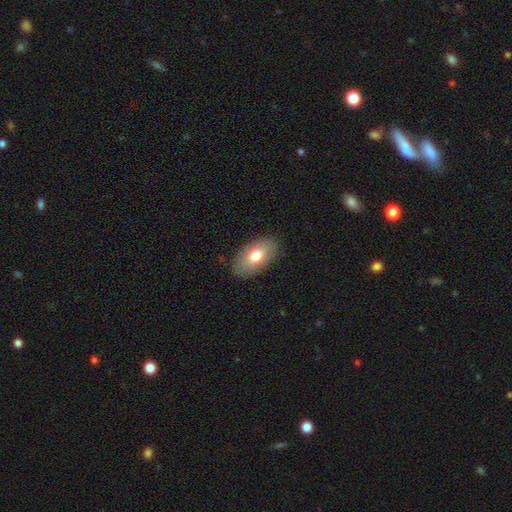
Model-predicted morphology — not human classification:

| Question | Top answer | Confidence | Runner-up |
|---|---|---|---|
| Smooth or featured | smooth | 74% | featured or disk (19%) |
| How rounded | in between | 94% | round (4%) |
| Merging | none | 86% | minor disturbance (11%) |